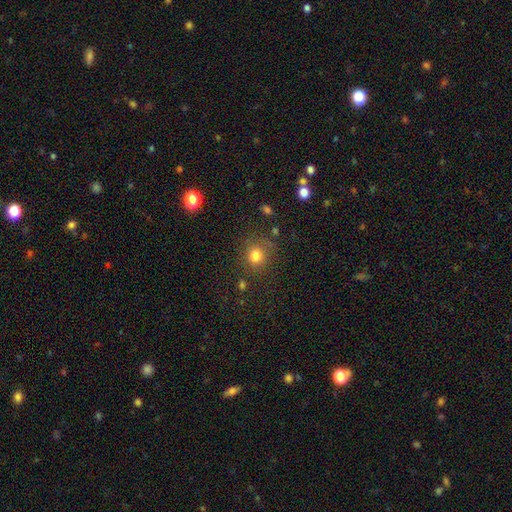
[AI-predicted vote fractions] Smooth or featured?
  - smooth: 79% *
  - star or artifact: 14%
  - featured or disk: 7%
How rounded?
  - round: 80% *
  - in between: 19%
  - cigar-shaped: 1%
Merging?
  - none: 76% *
  - minor disturbance: 13%
  - major disturbance: 6%
  - merger: 4%